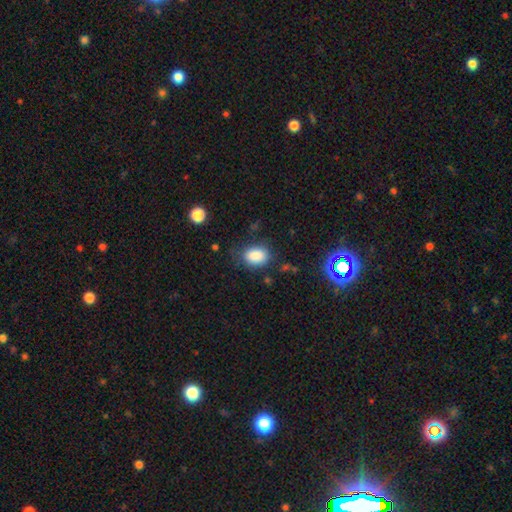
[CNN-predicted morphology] Smooth or featured?
  - smooth: 87% *
  - star or artifact: 9%
  - featured or disk: 5%
How rounded?
  - in between: 78% *
  - round: 20%
  - cigar-shaped: 1%
Merging?
  - none: 76% *
  - minor disturbance: 16%
  - major disturbance: 5%
  - merger: 2%